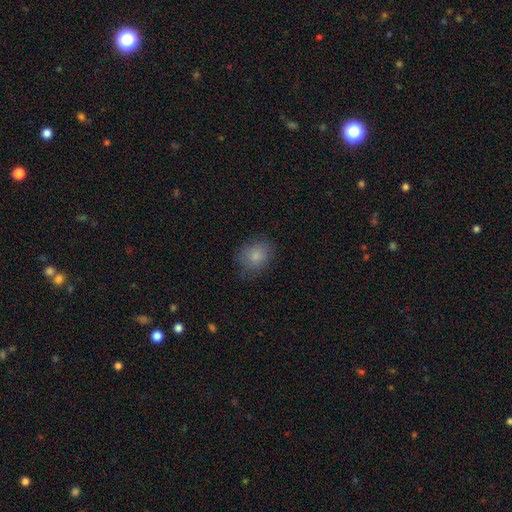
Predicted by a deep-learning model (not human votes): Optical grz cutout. It shows a smooth galaxy with no disk features (83%) that is round (55%). Merging: none (75%).